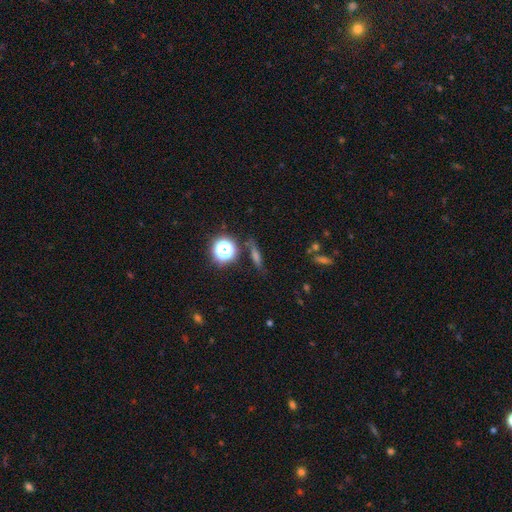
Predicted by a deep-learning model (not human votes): smooth-or-featured: smooth: 41% | star or artifact: 32% | featured or disk: 27%
  merging: none: 81% | minor disturbance: 11% | merger: 4% | major disturbance: 4%